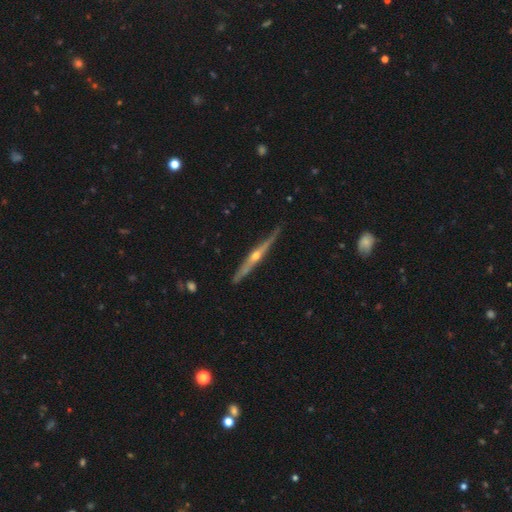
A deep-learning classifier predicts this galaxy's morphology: Overall: featured or disk (83%). Edge-on disk: yes (98%). Edge-on bulge: rounded (90%). Merging: none (86%).